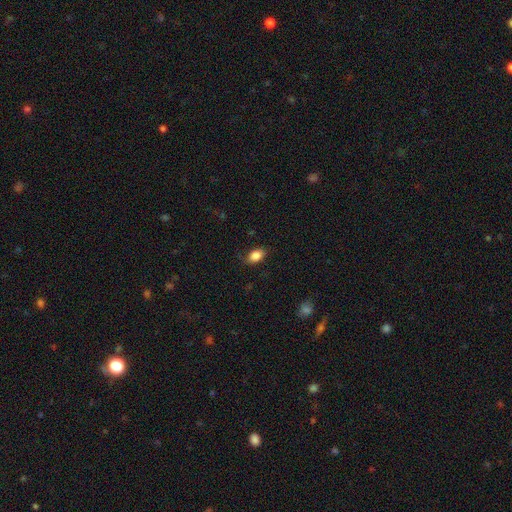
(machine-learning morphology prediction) smooth_or_featured: smooth (p=0.86) [alt: star or artifact p=0.08]
how_rounded: in between (p=0.88) [alt: round p=0.10]
merging: none (p=0.80) [alt: minor disturbance p=0.15]